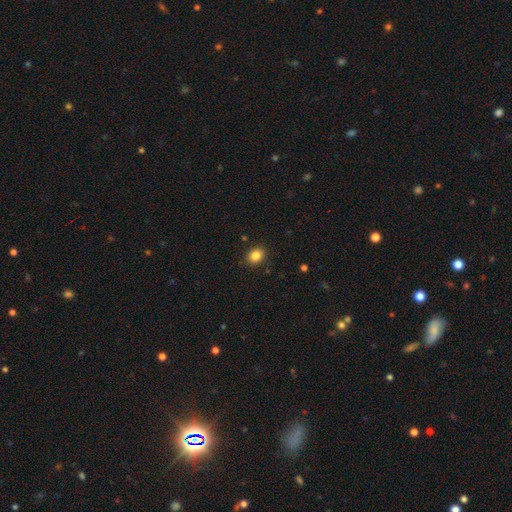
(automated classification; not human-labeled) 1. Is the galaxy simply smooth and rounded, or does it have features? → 85% smooth, 10% star or artifact, 5% featured or disk.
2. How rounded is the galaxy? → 53% round, 47% in between, 1% cigar-shaped.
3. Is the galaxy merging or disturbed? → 89% none, 8% minor disturbance, 2% major disturbance, 1% merger.